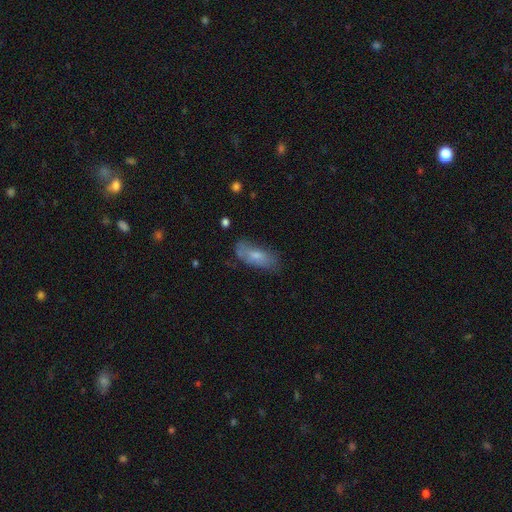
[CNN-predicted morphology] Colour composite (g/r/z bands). It shows a smooth galaxy with no disk features (64%) that is in between round and cigar-shaped (75%). Merging: none (57%).